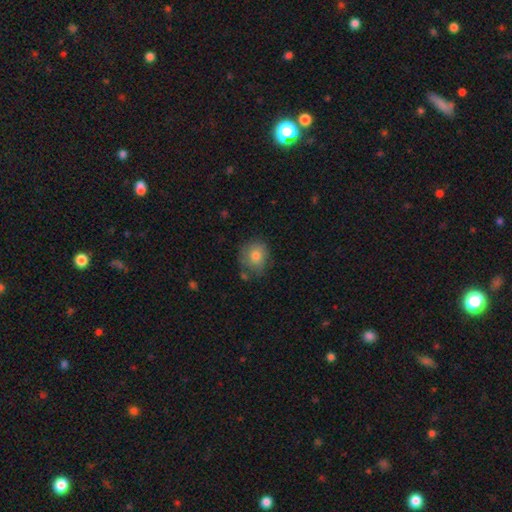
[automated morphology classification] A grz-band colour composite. It shows a smooth galaxy with no disk features (79%) that is round (83%). Merging: none (72%).